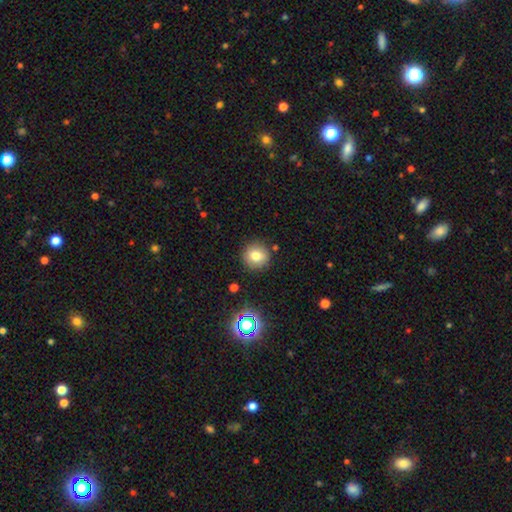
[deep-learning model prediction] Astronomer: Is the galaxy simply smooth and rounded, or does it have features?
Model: smooth — 77%.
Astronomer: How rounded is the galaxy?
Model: round — 94%.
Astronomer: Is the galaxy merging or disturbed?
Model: none — 87%.